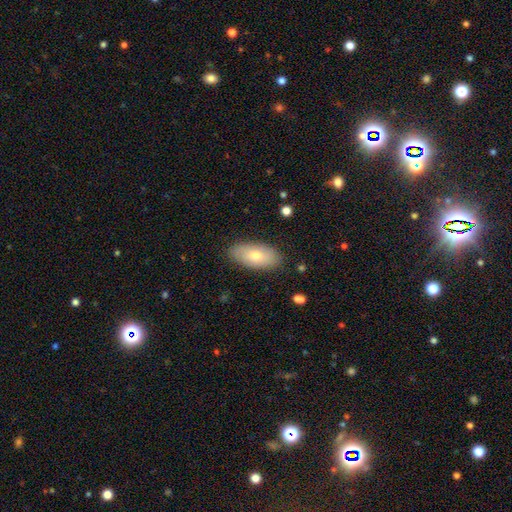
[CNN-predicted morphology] The model was most divided on "smooth or featured": smooth: 70%, featured or disk: 24%, star or artifact: 7%. More confident: how rounded — in between (91%); merging — none (86%).